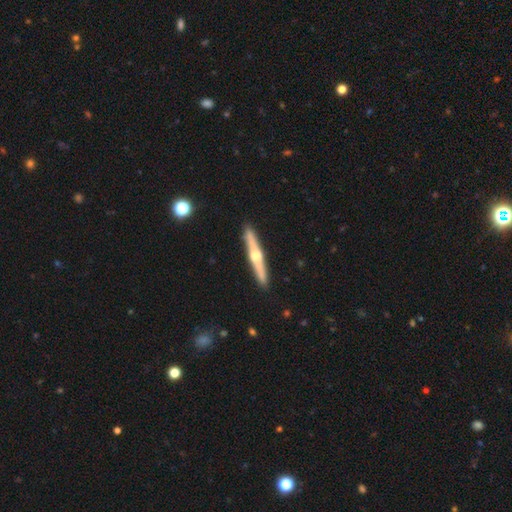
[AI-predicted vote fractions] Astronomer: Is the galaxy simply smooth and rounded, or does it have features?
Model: featured or disk — 72%.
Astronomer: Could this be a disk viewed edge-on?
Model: yes — 98%.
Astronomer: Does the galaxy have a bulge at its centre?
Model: rounded — 92%.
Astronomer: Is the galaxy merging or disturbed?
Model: none — 91%.